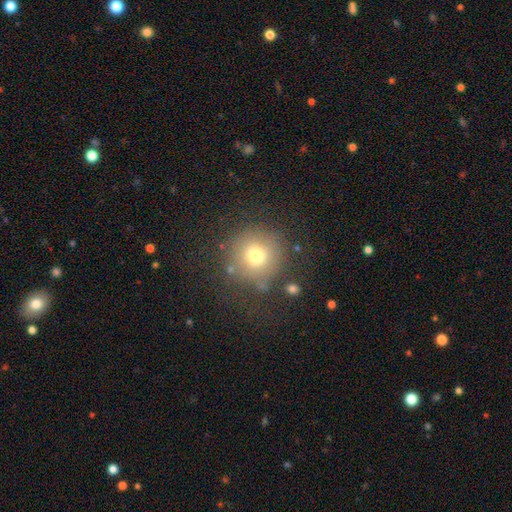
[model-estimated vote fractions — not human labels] This is likely a smooth galaxy (71%). How rounded: clearly round (94%). Merging: likely none (78%).